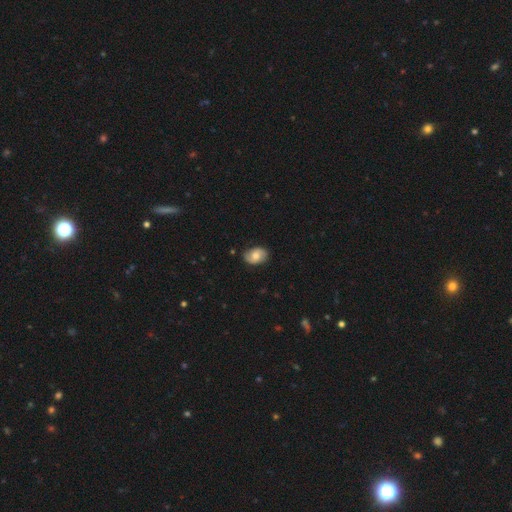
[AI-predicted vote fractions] Smooth or featured: smooth — 51% (featured or disk — 41%)
How rounded: in between — 79% (round — 20%)
Merging: none — 80% (minor disturbance — 16%)